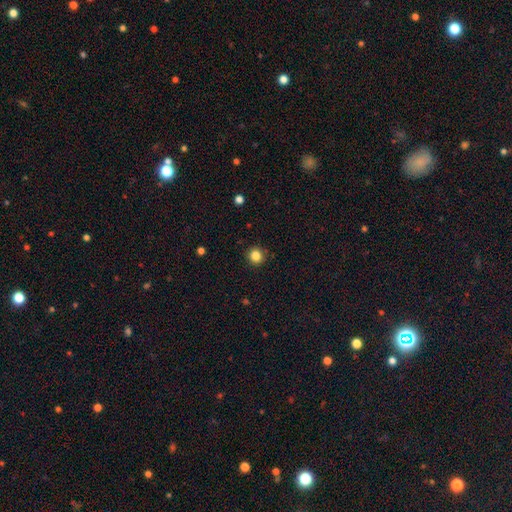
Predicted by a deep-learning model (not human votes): Smooth or featured? Predicted: smooth (p=0.84). How rounded? Predicted: round (p=0.93). Merging? Predicted: none (p=0.91).